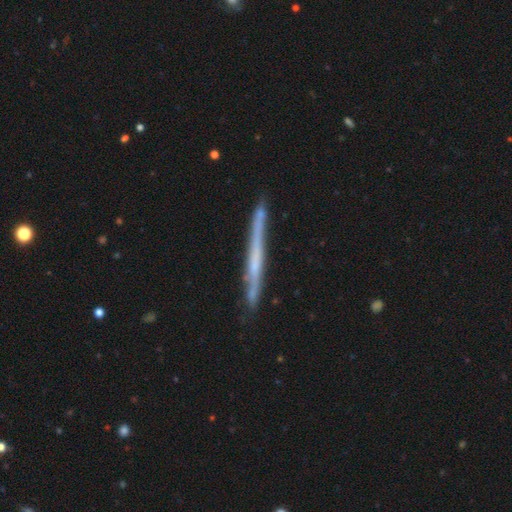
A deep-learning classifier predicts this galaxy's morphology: smooth-or-featured: featured or disk: 62% | smooth: 31% | star or artifact: 7%
  disk-edge-on: yes: 95% | no: 5%
    edge-on-bulge: none: 82% | rounded: 12% | boxy: 6%
  merging: none: 84% | minor disturbance: 13% | major disturbance: 2% | merger: 2%